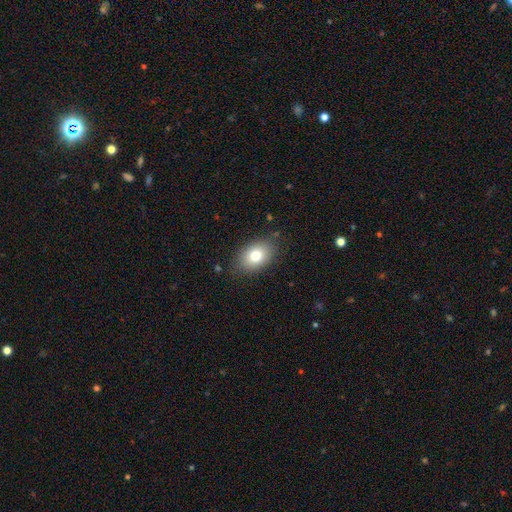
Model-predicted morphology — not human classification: A smooth galaxy with no disk features (78%) that is in between round and cigar-shaped (80%).

Vote fractions:
- Smooth or featured? smooth: 78% / featured or disk: 13% / star or artifact: 9%
- How rounded? in between: 80% / round: 19% / cigar-shaped: 1%
- Merging? none: 83% / minor disturbance: 13% / major disturbance: 3% / merger: 1%